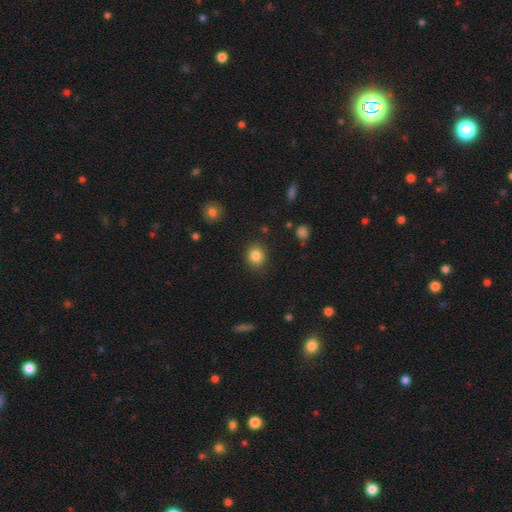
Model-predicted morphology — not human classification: Q: Smooth or featured?
A: smooth (85%); runner-up: star or artifact (10%)
Q: How rounded?
A: round (76%); runner-up: in between (23%)
Q: Merging?
A: none (88%); runner-up: minor disturbance (8%)